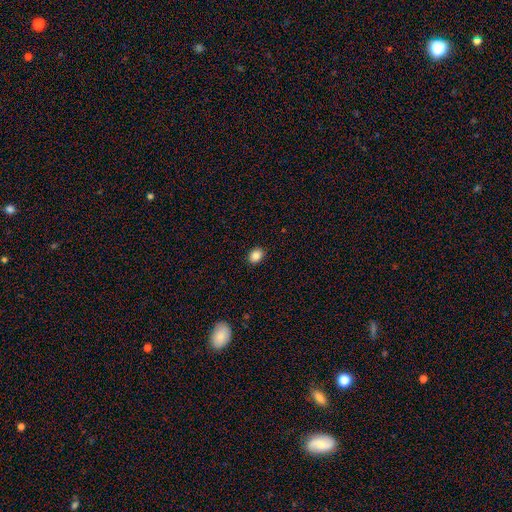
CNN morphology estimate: Smooth or featured? Predicted: smooth (p=0.86). How rounded? Predicted: in between (p=0.57). Merging? Predicted: none (p=0.90).